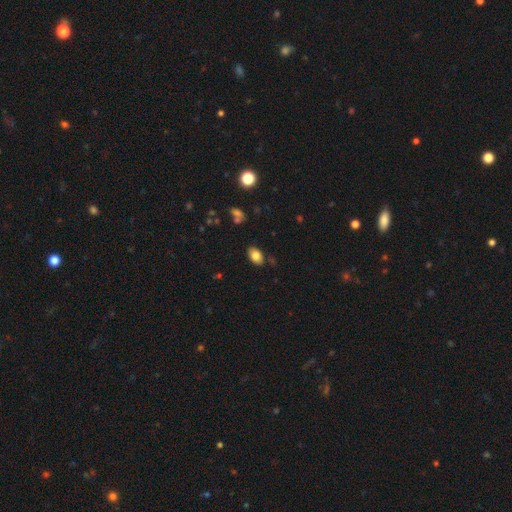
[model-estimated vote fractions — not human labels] smooth_or_featured: smooth (p=0.83) [alt: star or artifact p=0.09]
how_rounded: in between (p=0.90) [alt: round p=0.09]
merging: none (p=0.81) [alt: minor disturbance p=0.13]